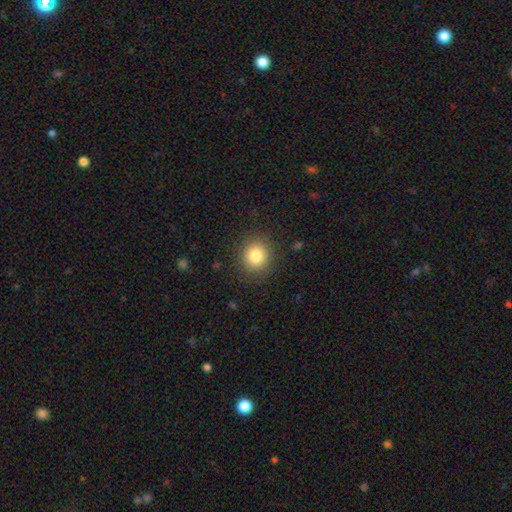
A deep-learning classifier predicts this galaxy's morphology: A smooth galaxy with no disk features (82%) that is round (86%). Merging: none (88%).